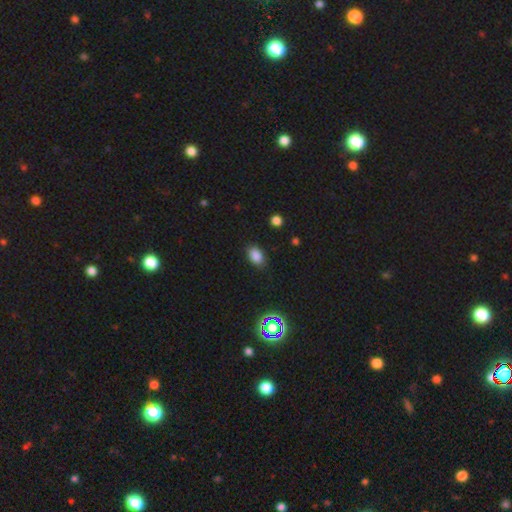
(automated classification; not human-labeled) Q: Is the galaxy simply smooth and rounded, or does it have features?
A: smooth — 84%.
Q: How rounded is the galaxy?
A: in between — 84%.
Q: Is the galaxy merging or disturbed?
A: none — 84%.